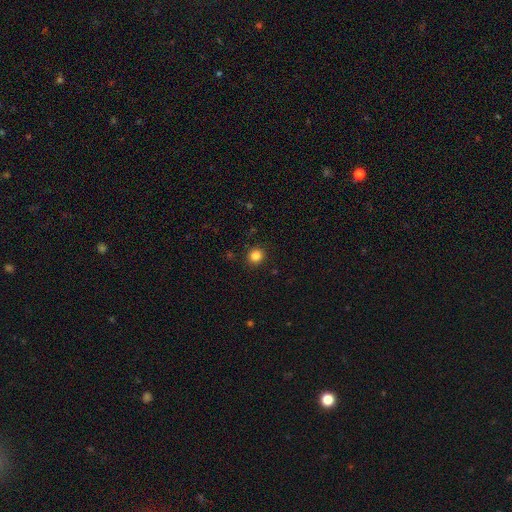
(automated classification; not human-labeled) This appears to be a smooth galaxy with no disk features (84%) that is round (91%). Merging: none (91%).